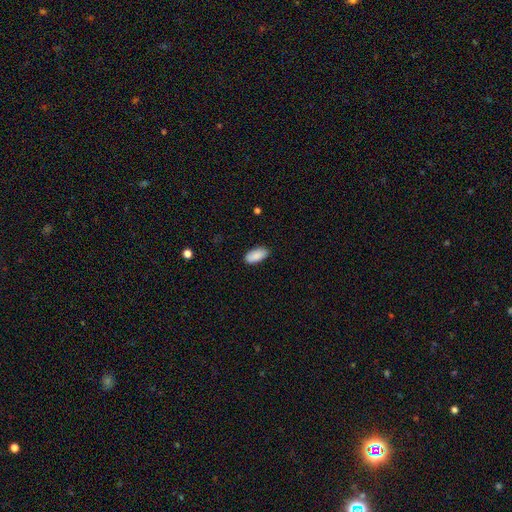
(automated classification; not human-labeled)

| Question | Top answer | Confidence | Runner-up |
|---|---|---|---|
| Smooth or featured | smooth | 89% | star or artifact (6%) |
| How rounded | in between | 93% | cigar-shaped (5%) |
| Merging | none | 87% | minor disturbance (10%) |